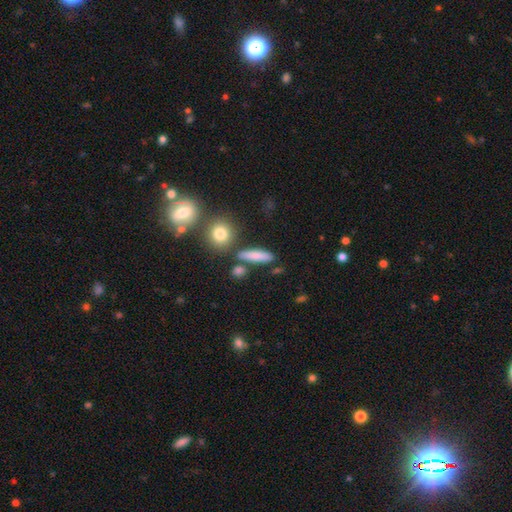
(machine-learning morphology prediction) smooth-or-featured: smooth: 80% | featured or disk: 12% | star or artifact: 9%
  how-rounded: cigar-shaped: 65% | in between: 26% | round: 9%
  merging: none: 78% | minor disturbance: 10% | merger: 8% | major disturbance: 4%